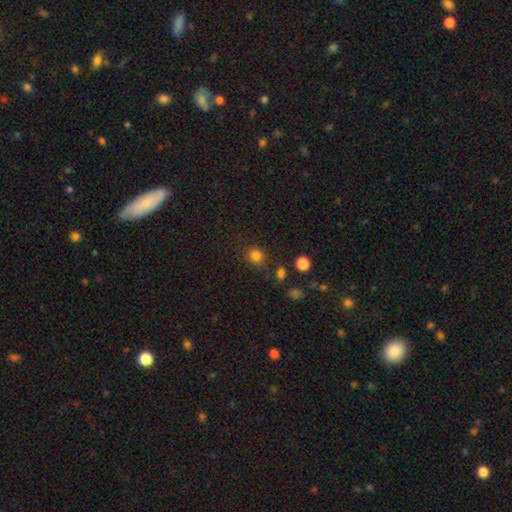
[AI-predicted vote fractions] Smooth or featured?
  - smooth: 81% *
  - star or artifact: 14%
  - featured or disk: 5%
How rounded?
  - round: 87% *
  - in between: 12%
  - cigar-shaped: 1%
Merging?
  - none: 83% *
  - minor disturbance: 9%
  - major disturbance: 4%
  - merger: 3%